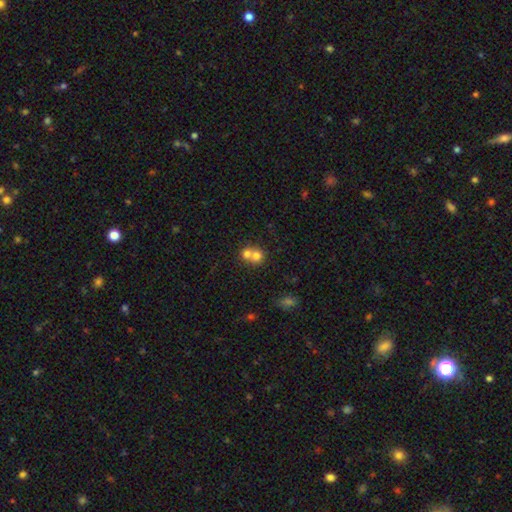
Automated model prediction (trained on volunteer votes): Overall: smooth (72%). How rounded: round (78%). Merging: merger (65%; none 28%).